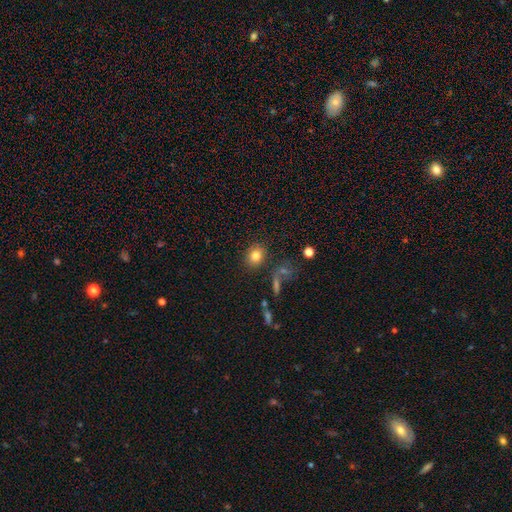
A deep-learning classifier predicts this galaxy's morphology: smooth-or-featured: smooth: 81% | star or artifact: 11% | featured or disk: 8%
  how-rounded: round: 57% | in between: 42% | cigar-shaped: 1%
  merging: none: 83% | minor disturbance: 9% | merger: 5% | major disturbance: 4%